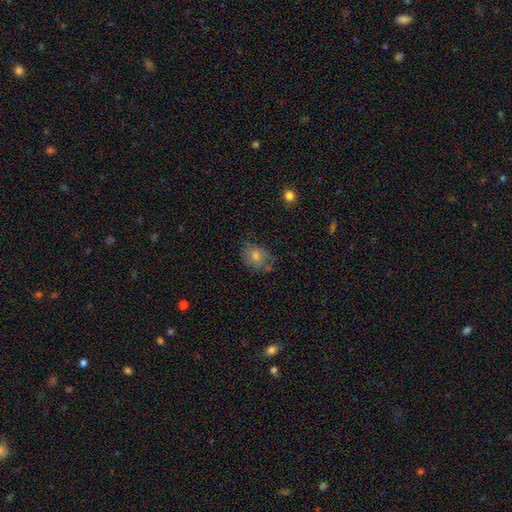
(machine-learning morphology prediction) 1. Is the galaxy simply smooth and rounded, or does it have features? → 59% smooth, 27% featured or disk, 14% star or artifact.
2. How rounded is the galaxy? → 54% round, 45% in between, 1% cigar-shaped.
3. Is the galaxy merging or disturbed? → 63% none, 24% minor disturbance, 9% major disturbance, 4% merger.